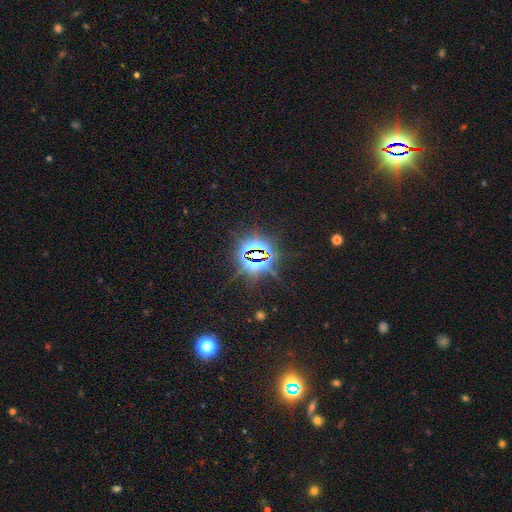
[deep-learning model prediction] smooth_or_featured: star or artifact (p=0.85) [alt: smooth p=0.08]